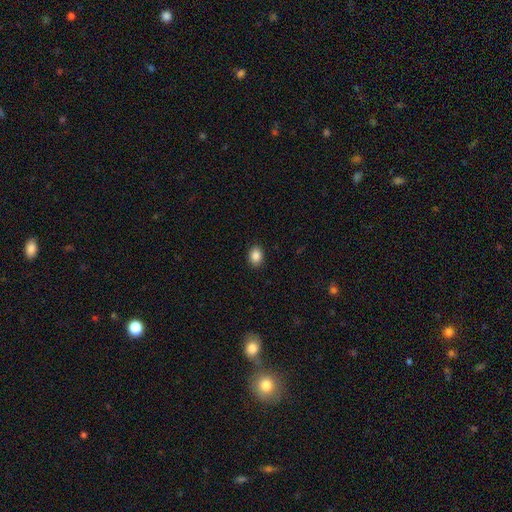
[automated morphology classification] This is clearly a smooth galaxy (88%). How rounded: likely in between (66%). Merging: clearly none (90%).